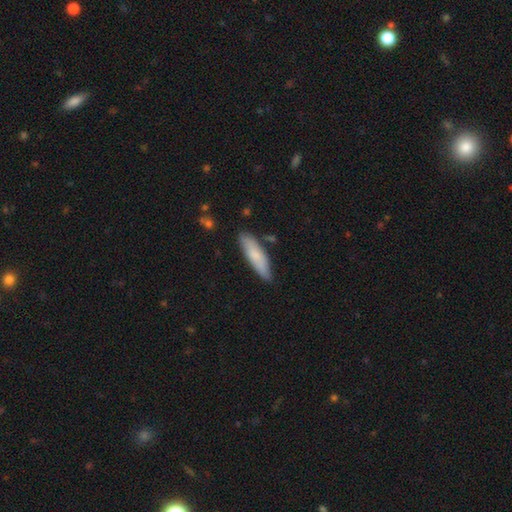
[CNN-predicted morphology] Overall: smooth (76%). How rounded: cigar-shaped (65%; in between 33%). Merging: none (82%).